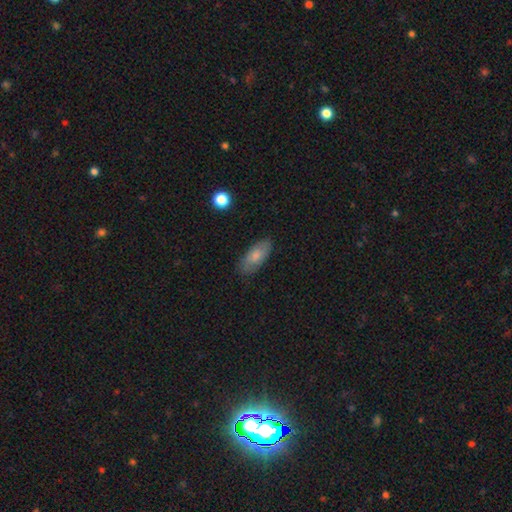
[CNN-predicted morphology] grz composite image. It shows a smooth galaxy with no disk features (77%) that is in between round and cigar-shaped (85%). Merging: none (81%).